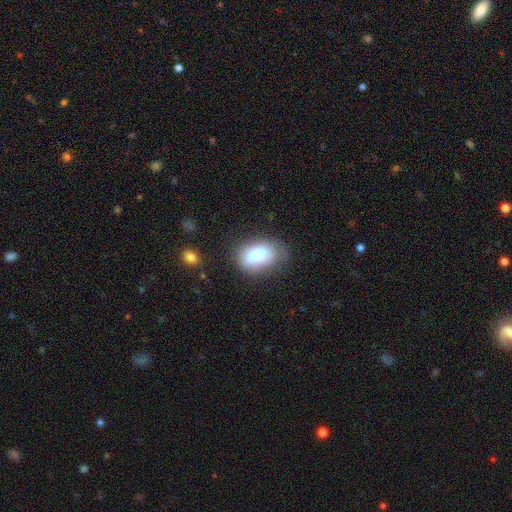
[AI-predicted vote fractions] smooth_or_featured: smooth (p=0.79) [alt: featured or disk p=0.13]
how_rounded: in between (p=0.88) [alt: round p=0.09]
merging: none (p=0.64) [alt: minor disturbance p=0.22]